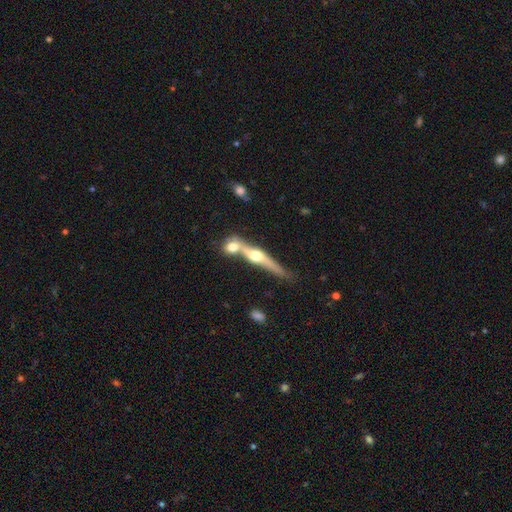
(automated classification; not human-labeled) smooth-or-featured: featured or disk: 69% | smooth: 24% | star or artifact: 6%
  disk-edge-on: yes: 93% | no: 7%
    edge-on-bulge: rounded: 94% | boxy: 3% | none: 3%
  merging: none: 47% | merger: 38% | minor disturbance: 10% | major disturbance: 4%